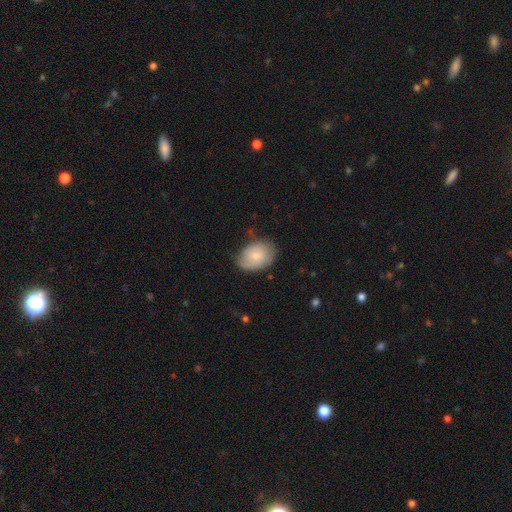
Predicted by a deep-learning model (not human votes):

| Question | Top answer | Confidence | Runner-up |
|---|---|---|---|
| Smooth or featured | smooth | 70% | featured or disk (23%) |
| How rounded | in between | 77% | round (22%) |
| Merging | none | 66% | minor disturbance (26%) |